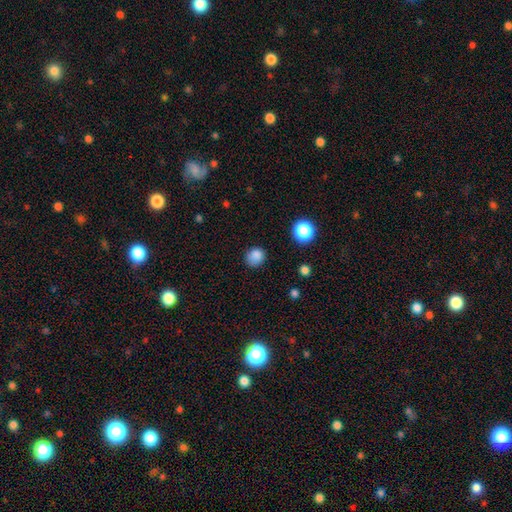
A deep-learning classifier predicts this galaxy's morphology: Smooth or featured?
  - smooth: 83% *
  - star or artifact: 13%
  - featured or disk: 4%
How rounded?
  - round: 79% *
  - in between: 20%
  - cigar-shaped: 1%
Merging?
  - none: 77% *
  - minor disturbance: 17%
  - major disturbance: 4%
  - merger: 2%